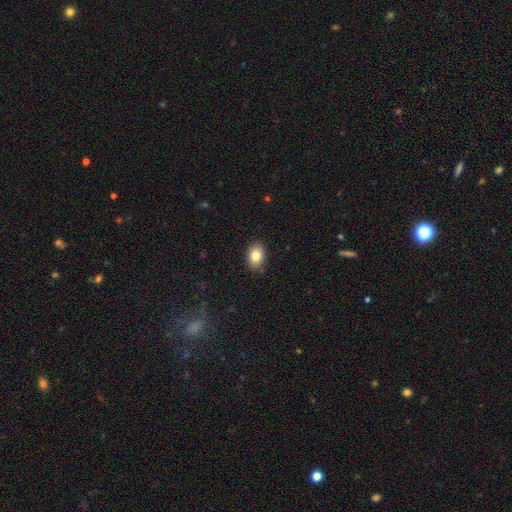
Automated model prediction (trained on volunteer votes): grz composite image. It shows a smooth galaxy with no disk features (83%) that is in between round and cigar-shaped (82%). Merging: none (87%).